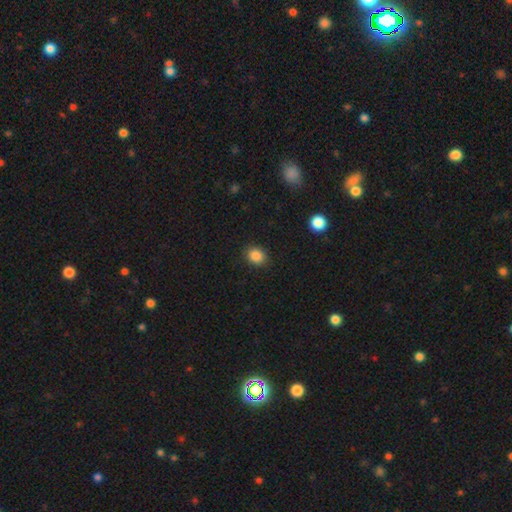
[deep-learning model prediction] This is clearly a smooth galaxy (86%). How rounded: possibly round (55%). Merging: clearly none (87%).